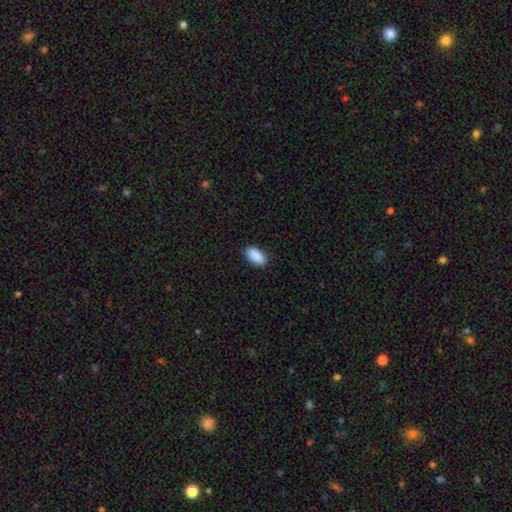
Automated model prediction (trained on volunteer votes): Morphology: type=smooth (91%); roundness=in between (94%); merging=none (88%).